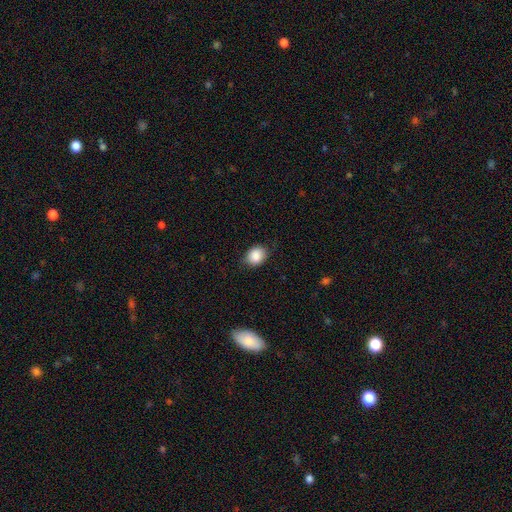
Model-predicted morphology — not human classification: type=smooth (88%); roundness=in between (51%); merging=none (81%).